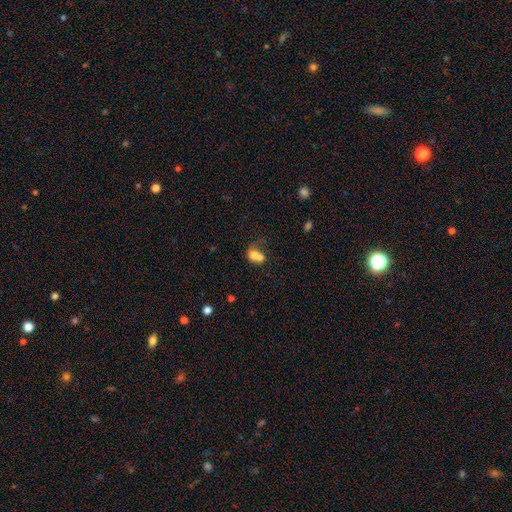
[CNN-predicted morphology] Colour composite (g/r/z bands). It shows a smooth galaxy with no disk features (69%) that is in between round and cigar-shaped (51%). Merging: merger (66%).